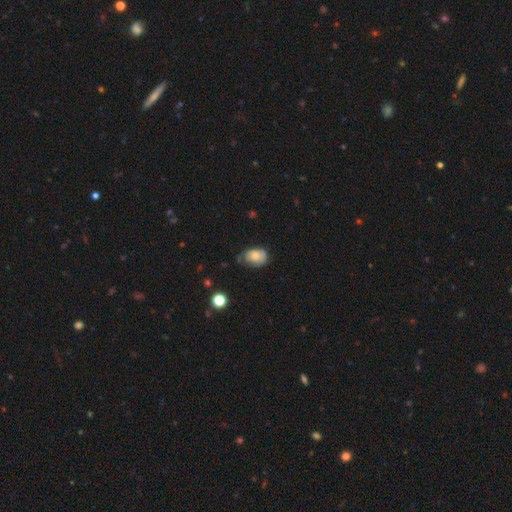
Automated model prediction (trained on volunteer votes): This appears to be a smooth galaxy with no disk features (69%) that is in between round and cigar-shaped (80%). Merging: none (47%).